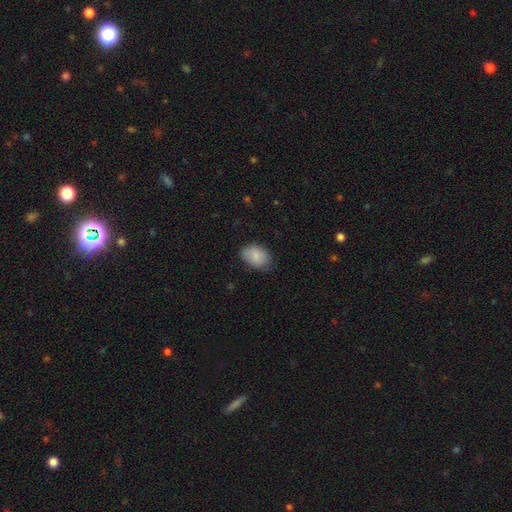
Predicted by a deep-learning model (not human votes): Smooth or featured? Predicted: smooth (p=0.86). How rounded? Predicted: in between (p=0.83). Merging? Predicted: none (p=0.73).